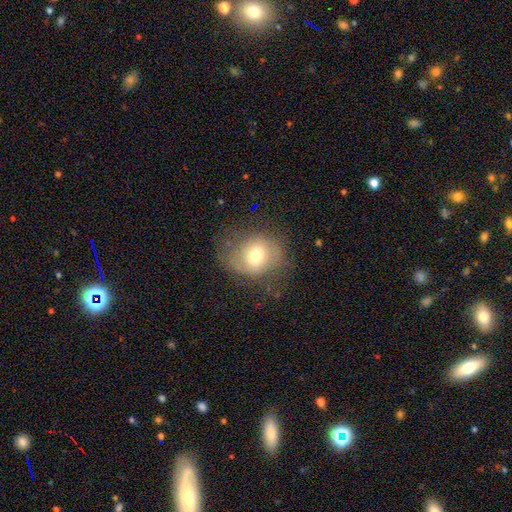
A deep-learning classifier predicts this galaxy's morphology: type=smooth (63%); roundness=round (60%); merging=none (56%).